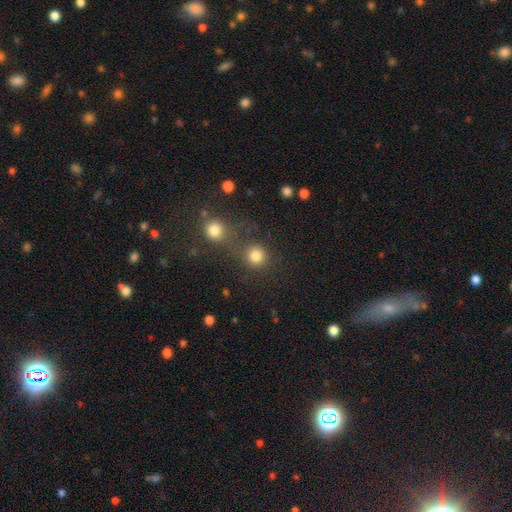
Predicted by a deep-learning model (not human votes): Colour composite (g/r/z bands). It shows a smooth galaxy with no disk features (82%) that is round (91%). Merging: none (61%).